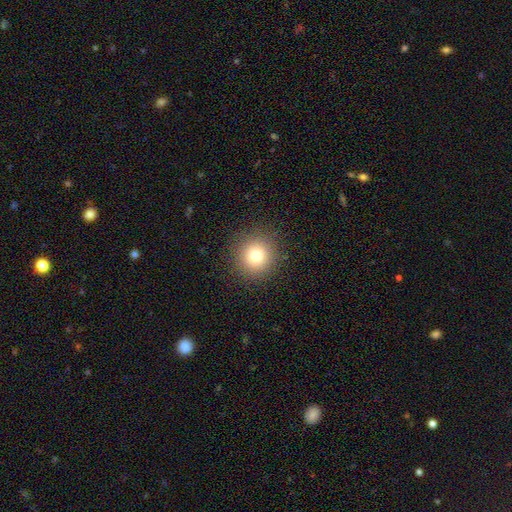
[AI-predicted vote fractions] Smooth or featured: smooth — 79% (star or artifact — 13%)
How rounded: round — 93% (in between — 6%)
Merging: none — 91% (minor disturbance — 6%)